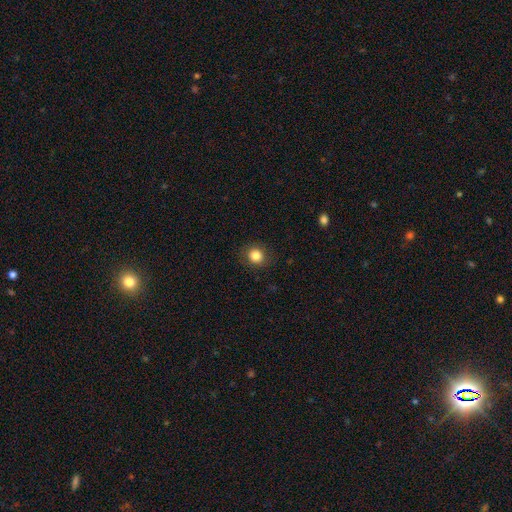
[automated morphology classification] This appears to be a smooth galaxy with no disk features (84%) that is round (83%). Merging: none (87%).